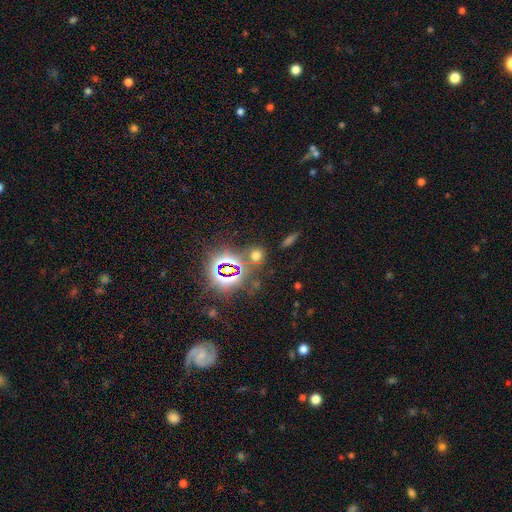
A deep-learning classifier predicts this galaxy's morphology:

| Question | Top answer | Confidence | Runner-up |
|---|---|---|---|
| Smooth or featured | smooth | 49% | star or artifact (43%) |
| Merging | none | 76% | merger (10%) |